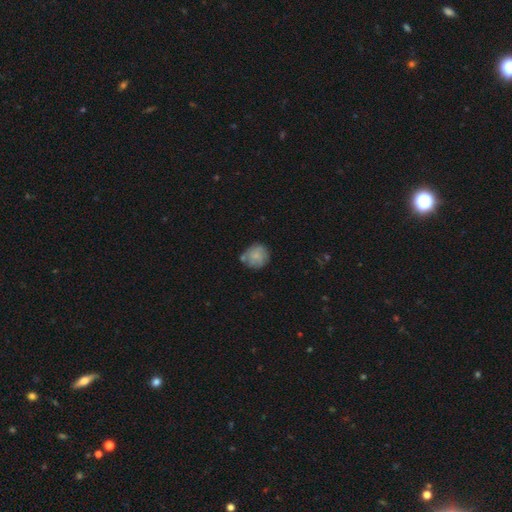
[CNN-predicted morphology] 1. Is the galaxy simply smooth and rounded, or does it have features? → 69% smooth, 23% featured or disk, 8% star or artifact.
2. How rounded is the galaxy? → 83% round, 16% in between, 1% cigar-shaped.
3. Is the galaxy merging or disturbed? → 60% none, 24% minor disturbance, 10% merger, 6% major disturbance.